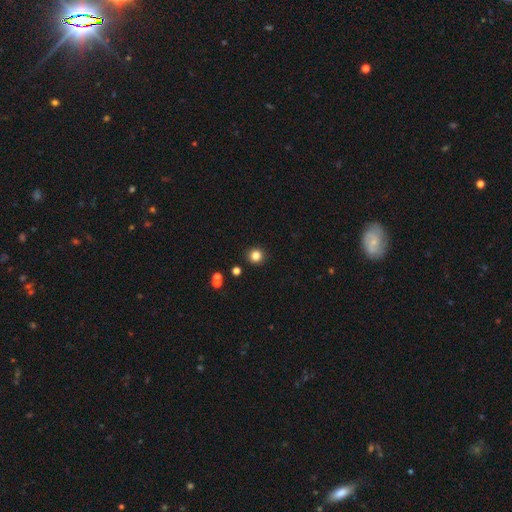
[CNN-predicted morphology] smooth_or_featured: smooth (p=0.82) [alt: star or artifact p=0.13]
how_rounded: round (p=0.95) [alt: in between p=0.04]
merging: none (p=0.91) [alt: minor disturbance p=0.05]